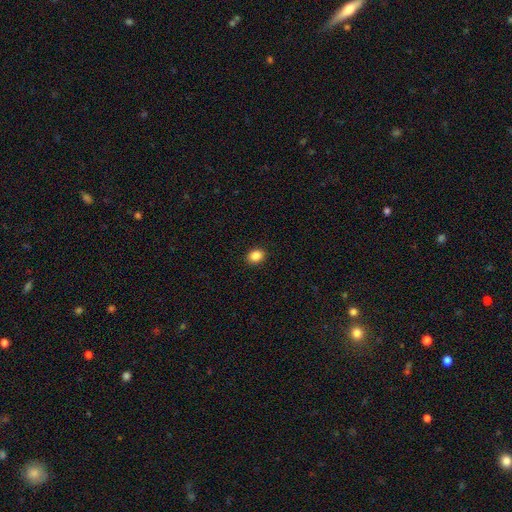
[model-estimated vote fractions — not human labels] A smooth galaxy with no disk features (87%) that is round (51%). Merging: none (91%).